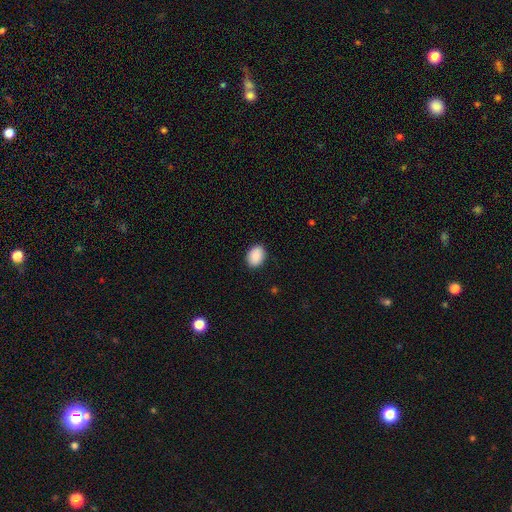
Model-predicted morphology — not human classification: type=smooth (91%); roundness=in between (75%); merging=none (89%).